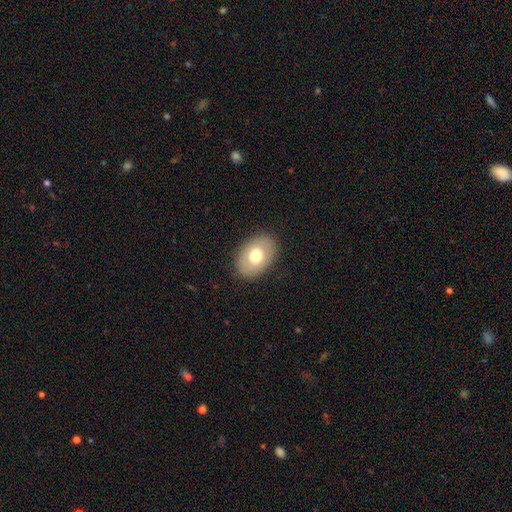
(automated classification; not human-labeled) Q: Smooth or featured?
A: smooth (70%); runner-up: featured or disk (23%)
Q: How rounded?
A: in between (81%); runner-up: round (18%)
Q: Merging?
A: none (87%); runner-up: minor disturbance (9%)